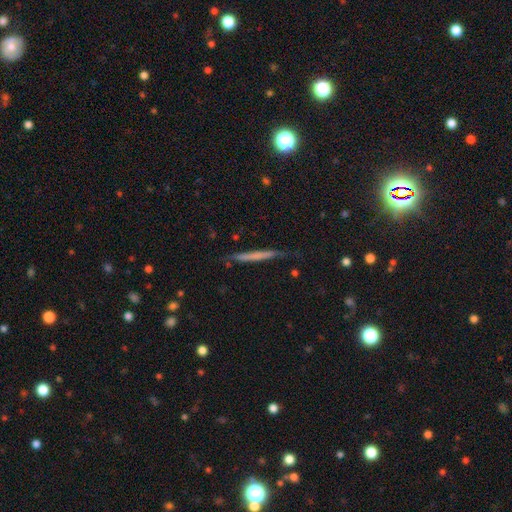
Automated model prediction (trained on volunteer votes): This is possibly a smooth galaxy (51%). How rounded: clearly cigar-shaped (96%). Merging: likely none (77%).